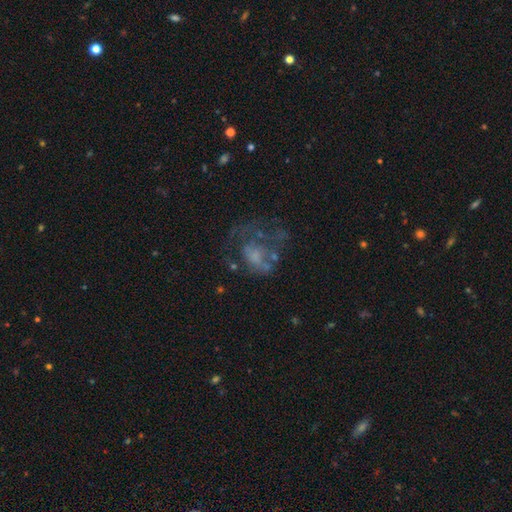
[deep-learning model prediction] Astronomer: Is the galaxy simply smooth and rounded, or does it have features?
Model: featured or disk — 55% (runner-up: smooth, 30%).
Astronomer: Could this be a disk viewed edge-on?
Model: no — 97%.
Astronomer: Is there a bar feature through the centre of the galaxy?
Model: no — 84%.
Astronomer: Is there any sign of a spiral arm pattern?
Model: no — 71%.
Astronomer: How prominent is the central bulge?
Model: none — 48% (runner-up: moderate, 23%).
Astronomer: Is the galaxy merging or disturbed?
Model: major disturbance — 45% (runner-up: none, 31%).